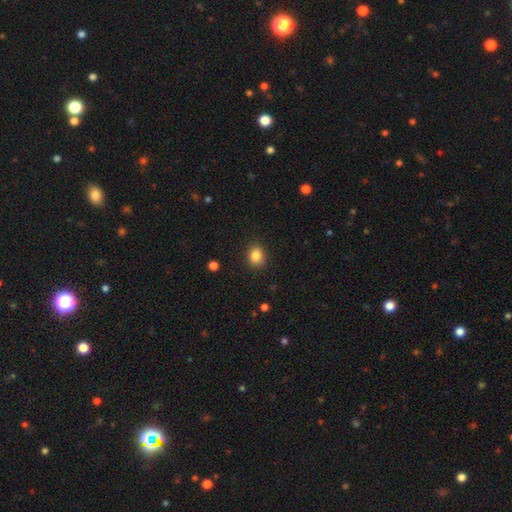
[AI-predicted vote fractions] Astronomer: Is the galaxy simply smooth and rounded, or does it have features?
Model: smooth — 85%.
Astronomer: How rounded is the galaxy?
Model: round — 61% (runner-up: in between, 38%).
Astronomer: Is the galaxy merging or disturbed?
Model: none — 88%.